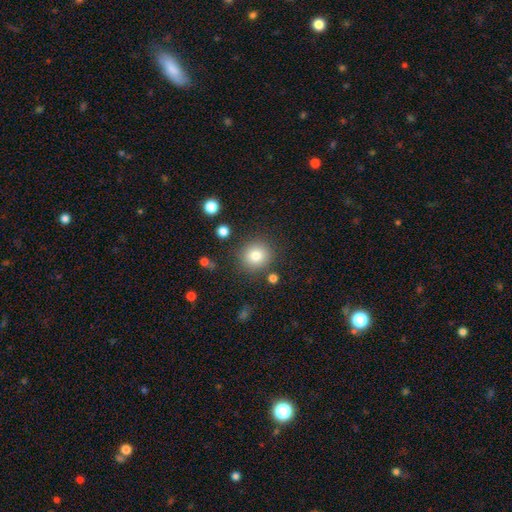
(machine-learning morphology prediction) smooth_or_featured: smooth (p=0.81) [alt: star or artifact p=0.11]
how_rounded: round (p=0.87) [alt: in between p=0.12]
merging: none (p=0.85) [alt: minor disturbance p=0.09]